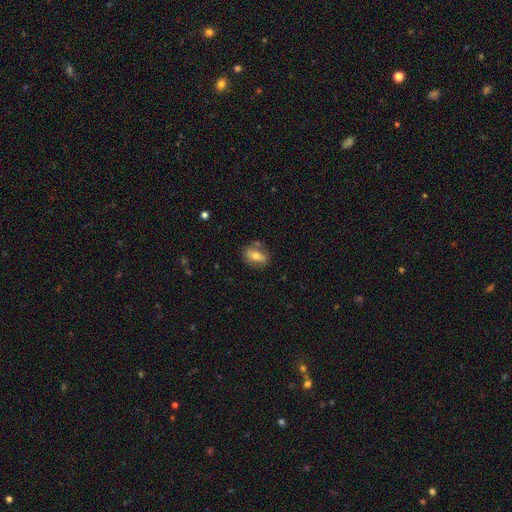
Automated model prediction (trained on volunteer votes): smooth-or-featured: smooth: 61% | featured or disk: 31% | star or artifact: 8%
  how-rounded: in between: 71% | round: 22% | cigar-shaped: 7%
  merging: none: 74% | minor disturbance: 17% | major disturbance: 5% | merger: 5%